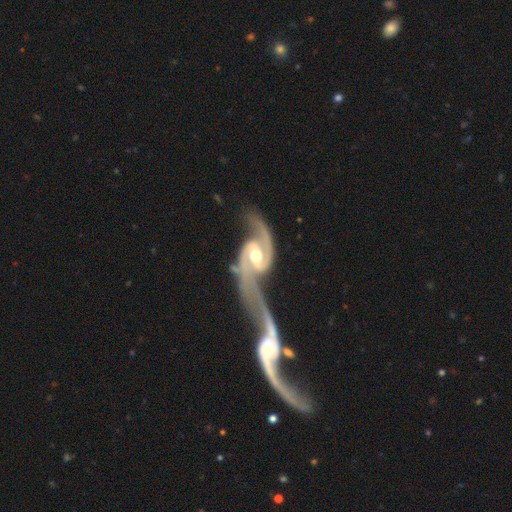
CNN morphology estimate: This appears to be a featured or disk galaxy (93%) with a weak bar (44%), 2 (92%) medium (45%) spiral arms (98%) and a moderate central bulge (73%). Merging: merger (39%).